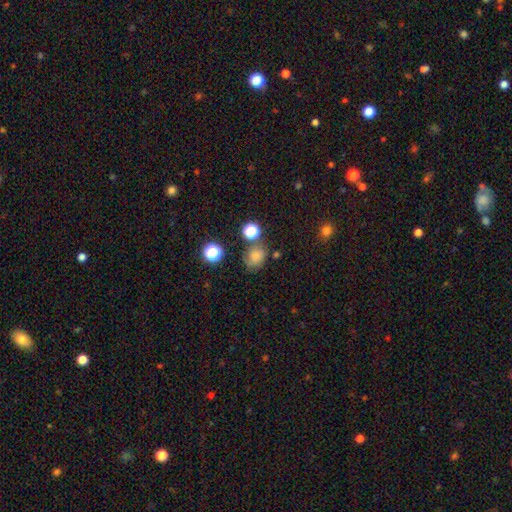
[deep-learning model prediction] The model was most divided on "how rounded": round: 65%, in between: 34%, cigar-shaped: 1%. More confident: smooth or featured — smooth (59%); merging — none (56%).